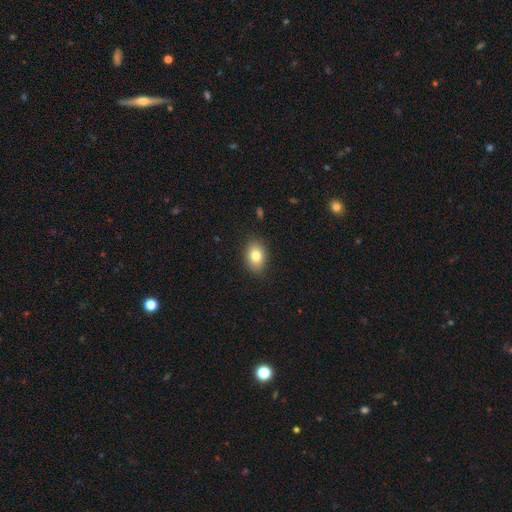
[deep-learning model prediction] This is clearly a smooth galaxy (80%). How rounded: likely in between (77%). Merging: clearly none (85%).